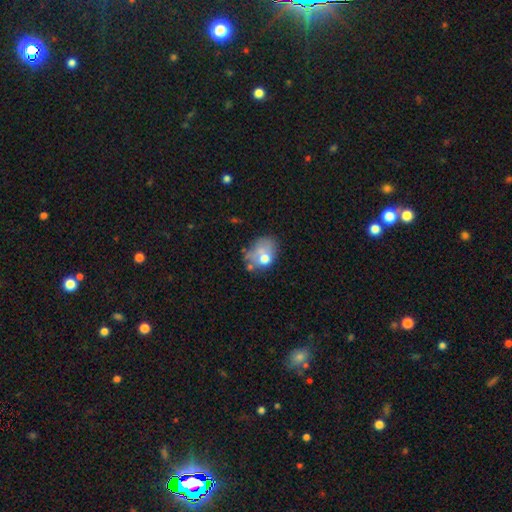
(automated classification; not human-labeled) This is possibly a smooth galaxy (58%). How rounded: likely in between (60%). Merging: marginally none (34%).